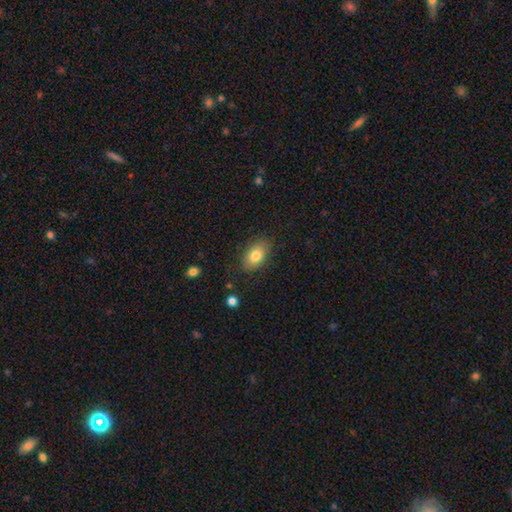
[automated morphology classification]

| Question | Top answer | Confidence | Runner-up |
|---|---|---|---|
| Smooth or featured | smooth | 81% | featured or disk (11%) |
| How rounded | in between | 90% | round (8%) |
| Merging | none | 84% | minor disturbance (11%) |